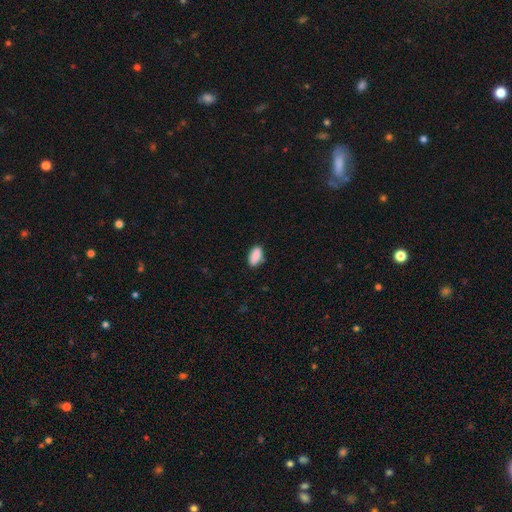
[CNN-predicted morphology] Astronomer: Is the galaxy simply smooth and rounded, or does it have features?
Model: smooth — 86%.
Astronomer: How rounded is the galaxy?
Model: in between — 90%.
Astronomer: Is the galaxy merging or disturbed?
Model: none — 75%.